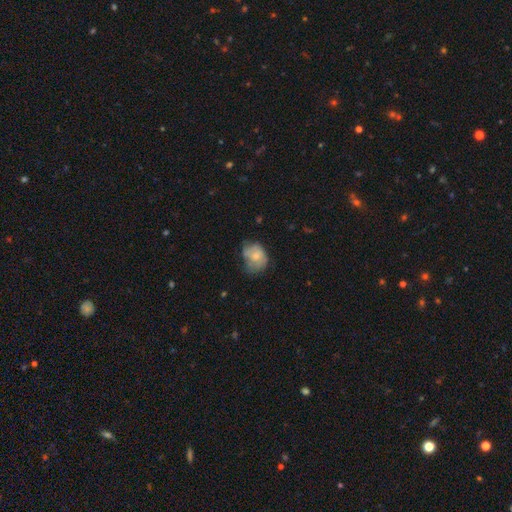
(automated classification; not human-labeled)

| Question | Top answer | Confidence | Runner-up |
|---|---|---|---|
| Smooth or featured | smooth | 61% | featured or disk (30%) |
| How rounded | in between | 52% | round (47%) |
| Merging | none | 37% | minor disturbance (36%) |